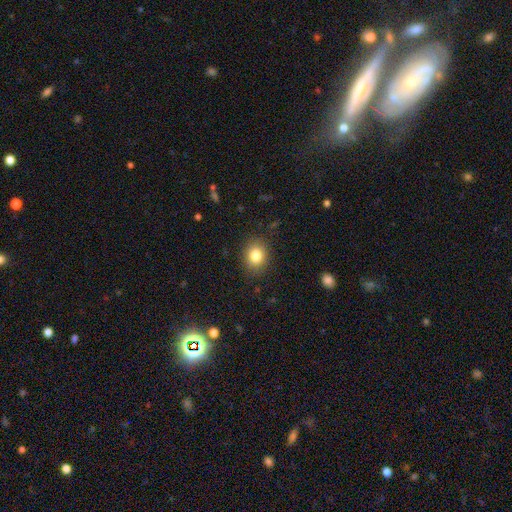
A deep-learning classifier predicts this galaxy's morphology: Overall: smooth (83%). How rounded: round (59%; in between 40%). Merging: none (86%).